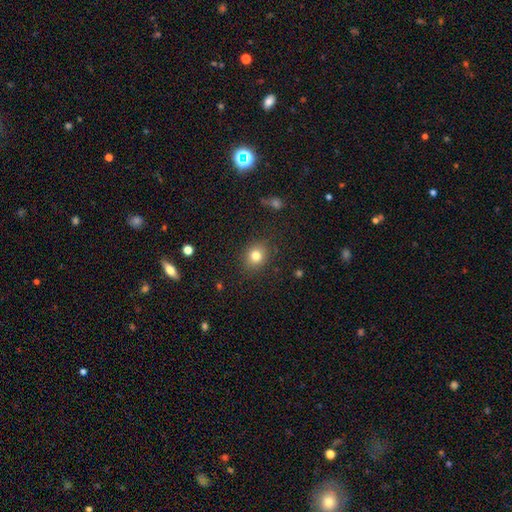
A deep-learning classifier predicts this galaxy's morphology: Smooth or featured?
  - smooth: 80% *
  - star or artifact: 12%
  - featured or disk: 8%
How rounded?
  - round: 70% *
  - in between: 29%
  - cigar-shaped: 1%
Merging?
  - none: 86% *
  - minor disturbance: 10%
  - major disturbance: 3%
  - merger: 1%